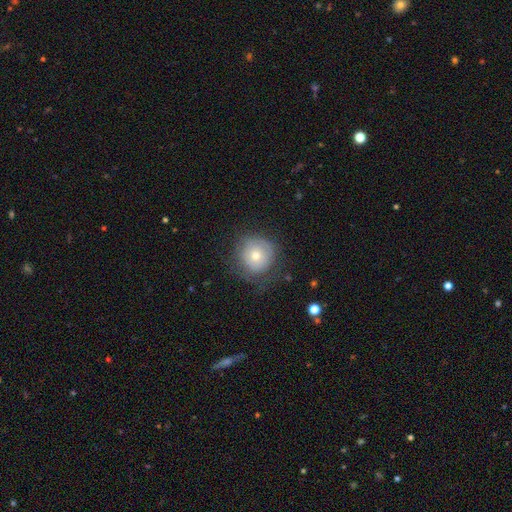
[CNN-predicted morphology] type=smooth (63%); roundness=round (92%); merging=none (65%).